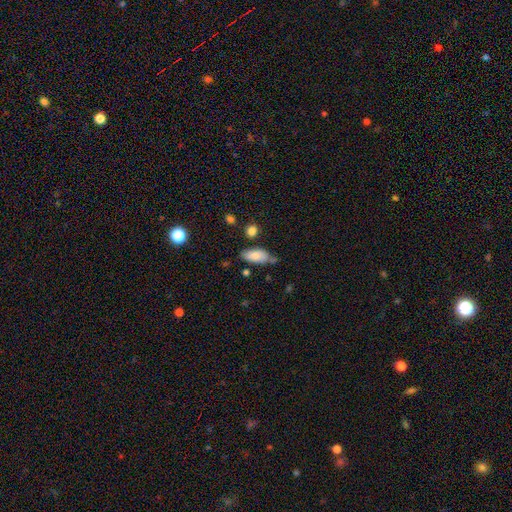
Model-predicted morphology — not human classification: The model was most divided on "merging": none: 62%, minor disturbance: 24%, merger: 9%, major disturbance: 5%. More confident: how rounded — in between (88%); smooth or featured — smooth (78%).